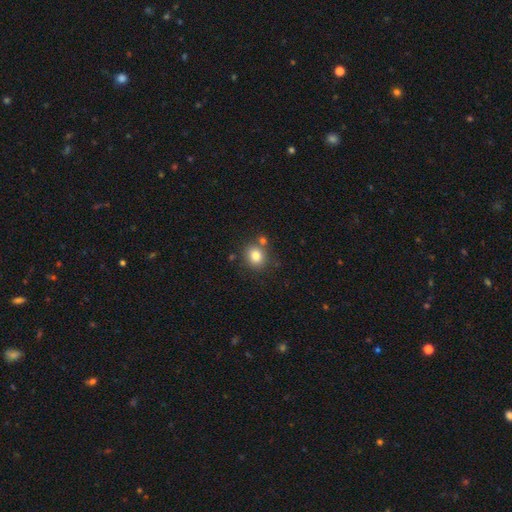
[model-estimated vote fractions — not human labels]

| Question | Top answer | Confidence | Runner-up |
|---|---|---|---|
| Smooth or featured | smooth | 81% | star or artifact (11%) |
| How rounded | round | 70% | in between (29%) |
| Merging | none | 72% | merger (14%) |